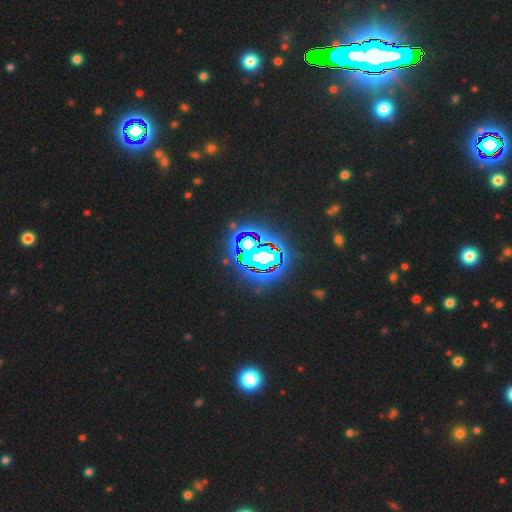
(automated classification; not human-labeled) star or artifact 75%, featured or disk 14%, smooth 11%.